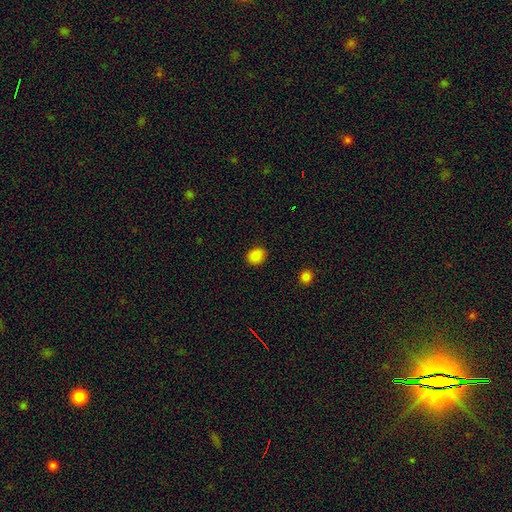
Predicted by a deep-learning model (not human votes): smooth_or_featured: smooth (p=0.87) [alt: star or artifact p=0.11]
how_rounded: round (p=0.54) [alt: in between p=0.45]
merging: none (p=0.89) [alt: minor disturbance p=0.08]